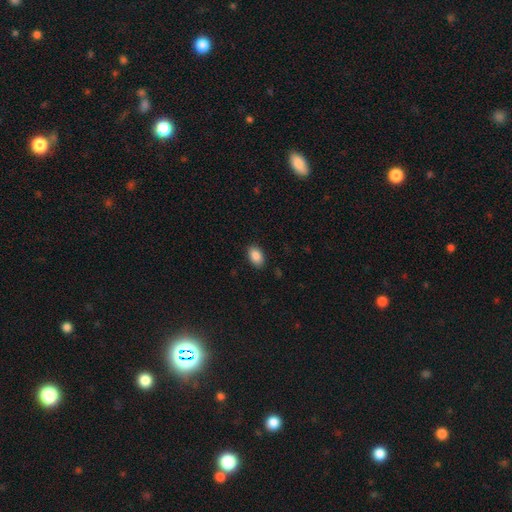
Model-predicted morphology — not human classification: Smooth or featured? smooth (89%)
How rounded? in between (88%)
Merging? none (88%)